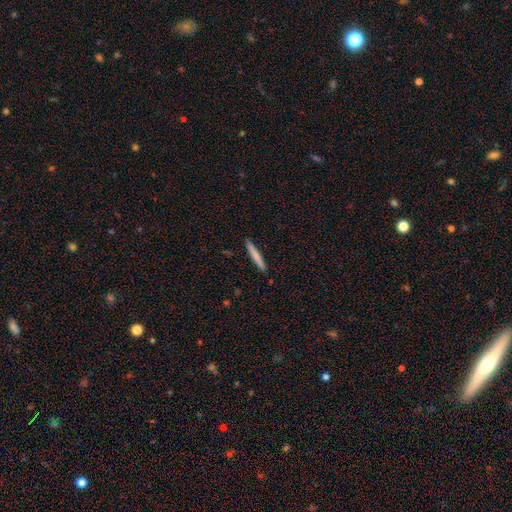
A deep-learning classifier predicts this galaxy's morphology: A smooth galaxy with no disk features (74%) that is cigar-shaped (96%).

Vote fractions:
- Smooth or featured? smooth: 74% / featured or disk: 21% / star or artifact: 6%
- How rounded? cigar-shaped: 96% / in between: 3% / round: 1%
- Merging? none: 91% / minor disturbance: 6% / major disturbance: 1% / merger: 1%